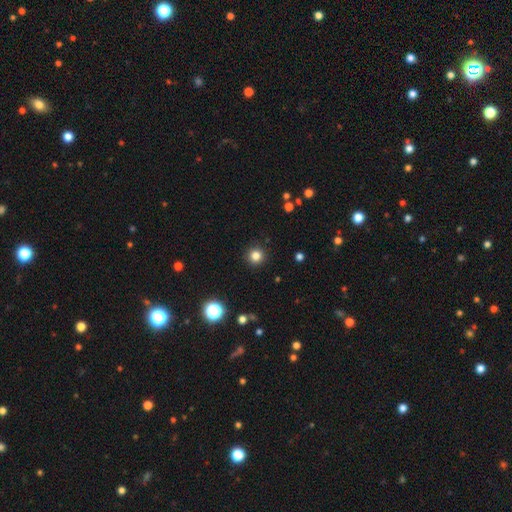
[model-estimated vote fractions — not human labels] A smooth galaxy with no disk features (82%) that is round (95%). Merging: none (92%).